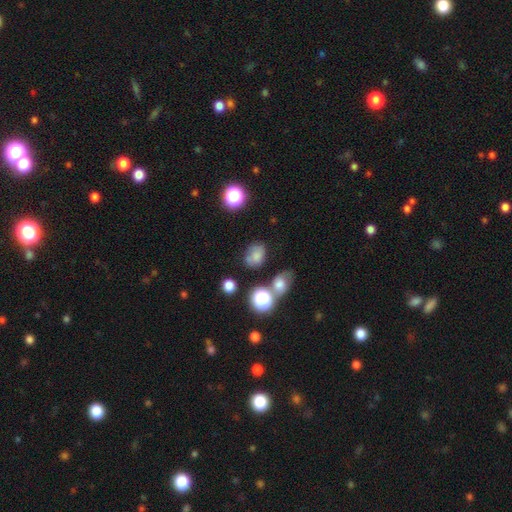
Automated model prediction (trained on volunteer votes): Overall: smooth (70%). How rounded: in between (64%; round 35%). Merging: none (56%; minor disturbance 23%).